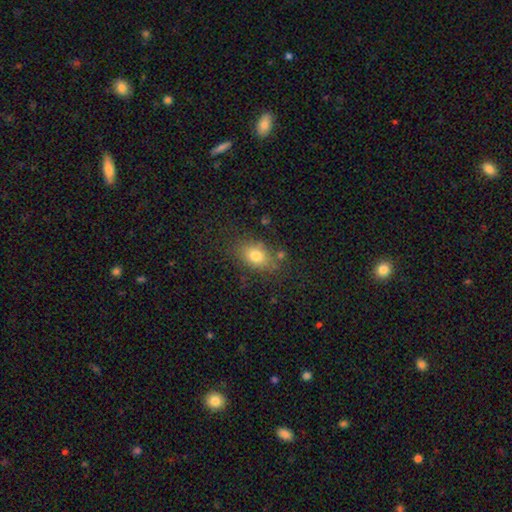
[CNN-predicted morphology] A smooth galaxy with no disk features (79%) that is in between round and cigar-shaped (77%).

Vote fractions:
- Smooth or featured? smooth: 79% / featured or disk: 11% / star or artifact: 10%
- How rounded? in between: 77% / round: 21% / cigar-shaped: 2%
- Merging? none: 73% / minor disturbance: 17% / major disturbance: 5% / merger: 5%